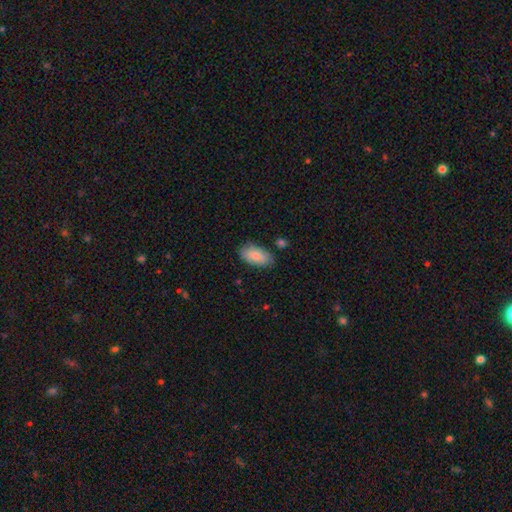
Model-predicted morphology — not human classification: Overall: smooth (84%). How rounded: in between (94%). Merging: none (79%).